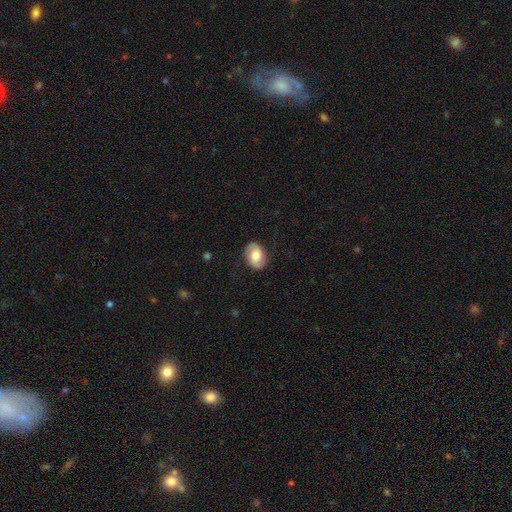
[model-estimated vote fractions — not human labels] Morphology: type=smooth (47%); merging=none (79%).